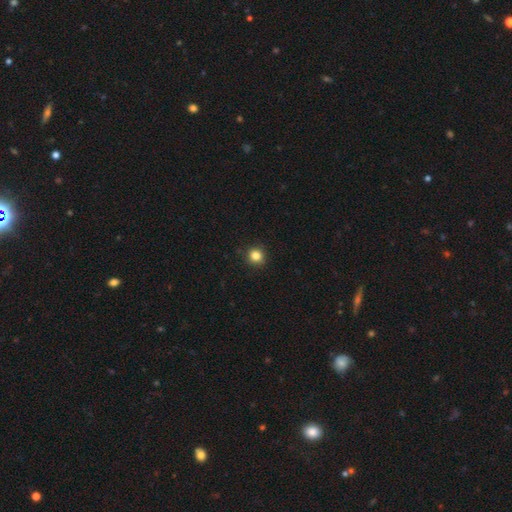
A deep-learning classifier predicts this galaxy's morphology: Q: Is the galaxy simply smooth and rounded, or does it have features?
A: smooth — 84%.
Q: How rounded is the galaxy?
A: round — 92%.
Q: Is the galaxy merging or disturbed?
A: none — 92%.